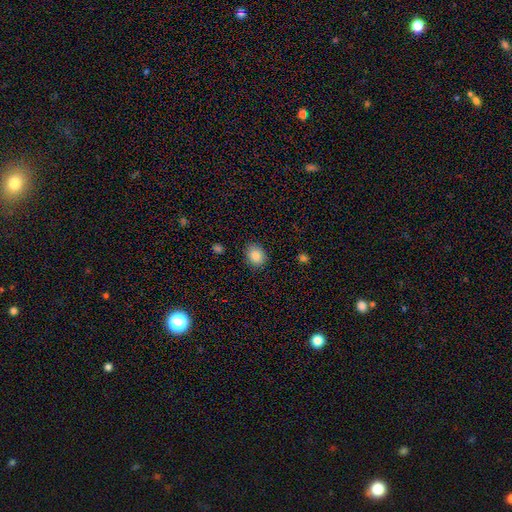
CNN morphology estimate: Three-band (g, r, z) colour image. It shows a smooth galaxy with no disk features (87%) that is round (58%). Merging: none (86%).